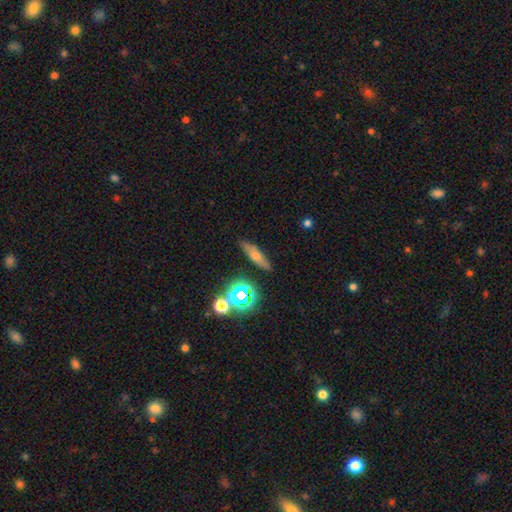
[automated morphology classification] type=smooth (50%); merging=none (84%).